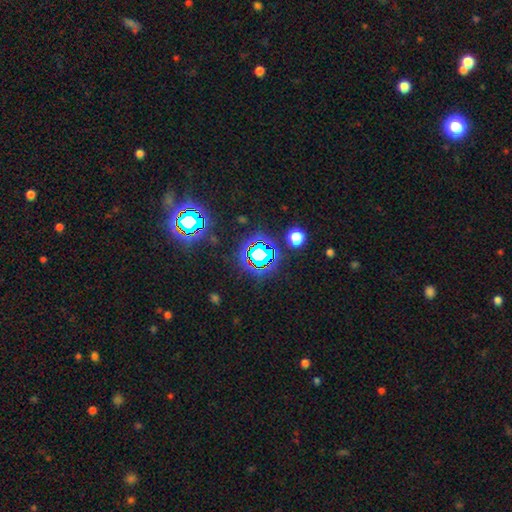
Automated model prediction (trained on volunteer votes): smooth_or_featured: star or artifact (p=0.70) [alt: smooth p=0.18]